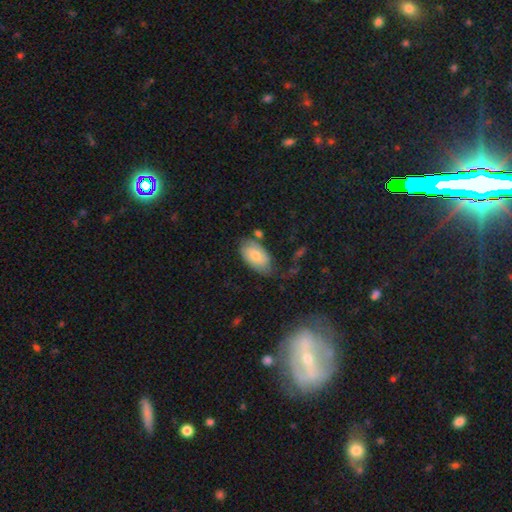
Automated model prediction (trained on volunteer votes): Q: Smooth or featured?
A: smooth (71%); runner-up: featured or disk (22%)
Q: How rounded?
A: in between (94%); runner-up: round (4%)
Q: Merging?
A: none (55%); runner-up: minor disturbance (26%)